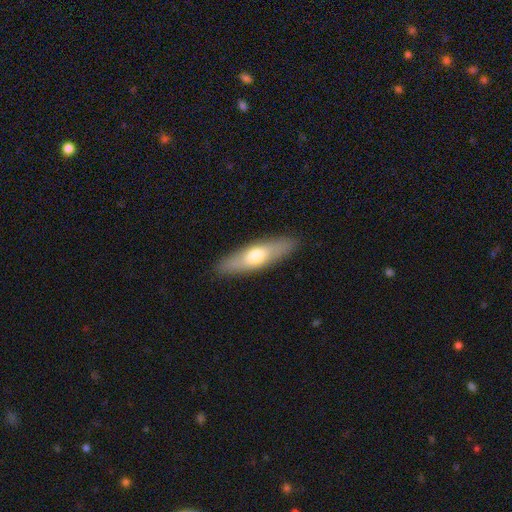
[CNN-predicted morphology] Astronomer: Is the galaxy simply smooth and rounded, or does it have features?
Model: smooth — 60%.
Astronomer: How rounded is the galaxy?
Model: cigar-shaped — 57% (runner-up: in between, 41%).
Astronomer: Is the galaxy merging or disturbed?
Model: none — 89%.